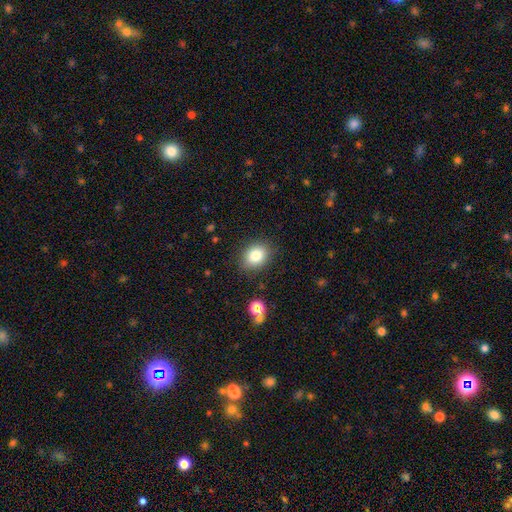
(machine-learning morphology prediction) Smooth or featured? Predicted: smooth (p=0.82). How rounded? Predicted: in between (p=0.50). Merging? Predicted: none (p=0.85).